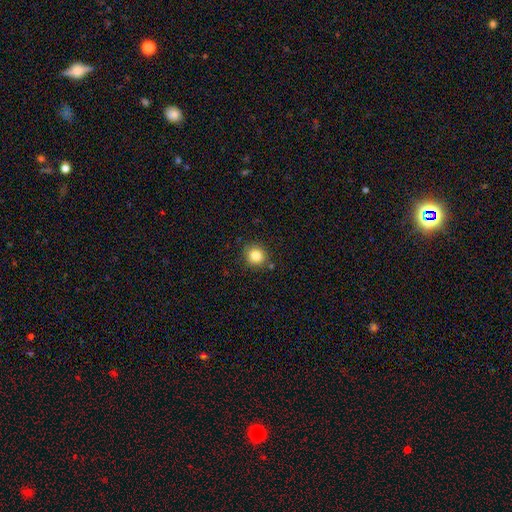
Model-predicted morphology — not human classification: A smooth galaxy with no disk features (84%) that is round (86%).

Vote fractions:
- Smooth or featured? smooth: 84% / star or artifact: 11% / featured or disk: 6%
- How rounded? round: 86% / in between: 13% / cigar-shaped: 1%
- Merging? none: 84% / minor disturbance: 10% / merger: 3% / major disturbance: 3%